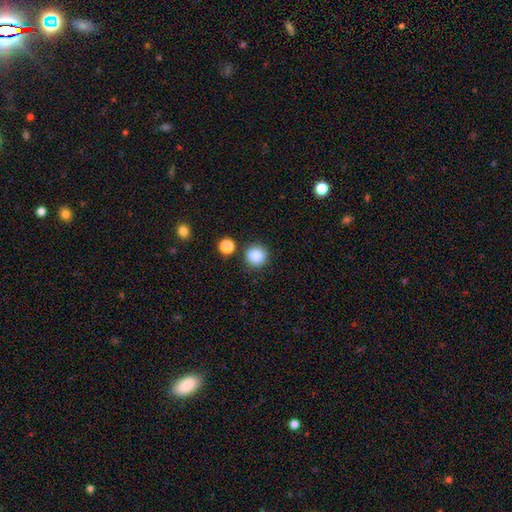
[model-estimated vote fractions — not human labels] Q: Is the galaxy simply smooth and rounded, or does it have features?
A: smooth — 86%.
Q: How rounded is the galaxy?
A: round — 93%.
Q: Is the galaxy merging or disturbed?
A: none — 84%.